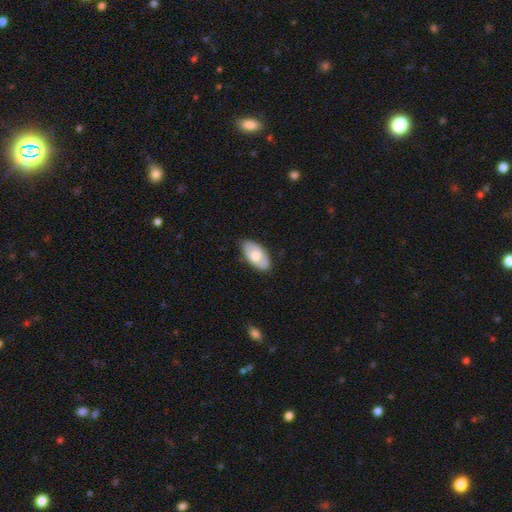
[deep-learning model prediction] smooth-or-featured: smooth: 60% | featured or disk: 34% | star or artifact: 6%
  how-rounded: in between: 94% | round: 3% | cigar-shaped: 2%
  merging: none: 80% | minor disturbance: 16% | major disturbance: 3% | merger: 1%